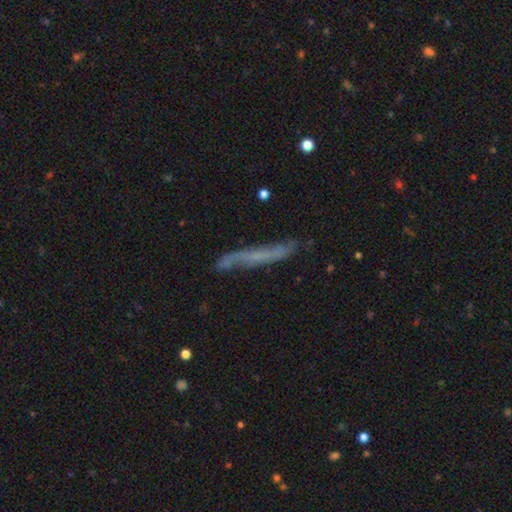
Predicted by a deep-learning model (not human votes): featured or disk 51%, smooth 38%, star or artifact 12%. Down the decision tree: edge-on disk — yes (72%); merging — none (69%).